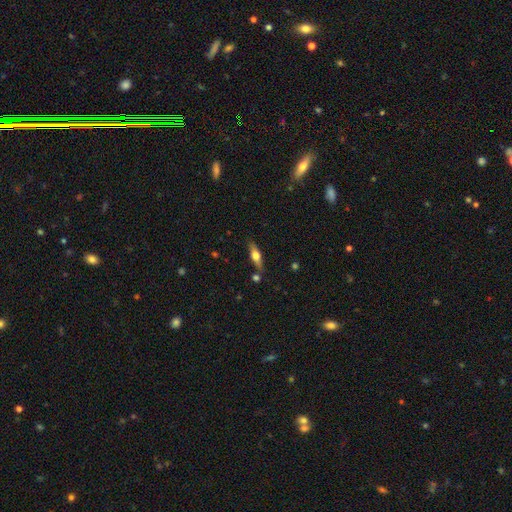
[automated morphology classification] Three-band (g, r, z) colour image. It shows a featured or disk galaxy (52%) viewed edge-on (91%). Merging: none (78%).